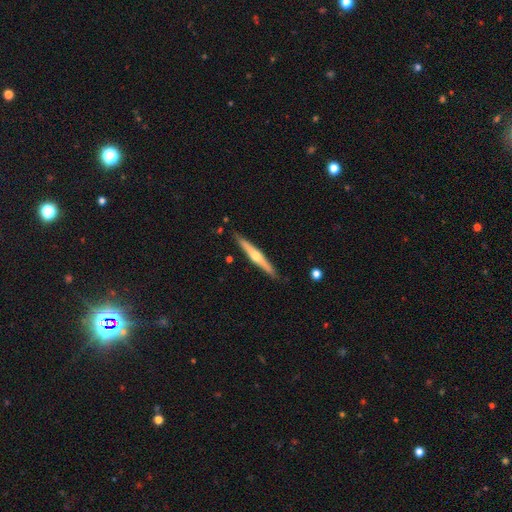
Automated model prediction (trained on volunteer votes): A featured or disk galaxy (67%) viewed edge-on (98%) with a rounded central bulge (89%).

Vote fractions:
- Smooth or featured? featured or disk: 67% / smooth: 27% / star or artifact: 5%
- Edge-on disk? yes: 98% / no: 2%
- Edge-on bulge? rounded: 89% / none: 7% / boxy: 4%
- Merging? none: 88% / minor disturbance: 9% / merger: 2% / major disturbance: 2%